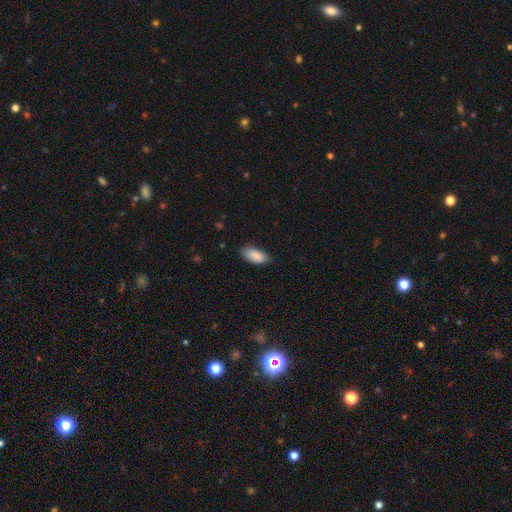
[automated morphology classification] smooth-or-featured: smooth: 86% | featured or disk: 8% | star or artifact: 6%
  how-rounded: in between: 92% | cigar-shaped: 6% | round: 2%
  merging: none: 77% | minor disturbance: 19% | major disturbance: 3% | merger: 1%